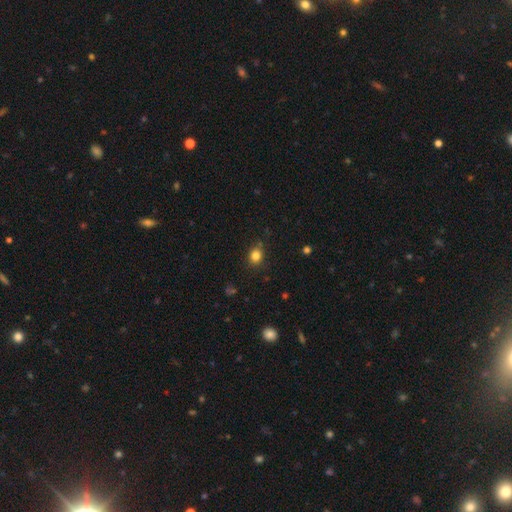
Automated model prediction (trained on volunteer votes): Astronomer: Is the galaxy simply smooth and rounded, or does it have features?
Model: smooth — 83%.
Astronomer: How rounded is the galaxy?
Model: round — 65%.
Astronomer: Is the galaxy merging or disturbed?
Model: none — 82%.